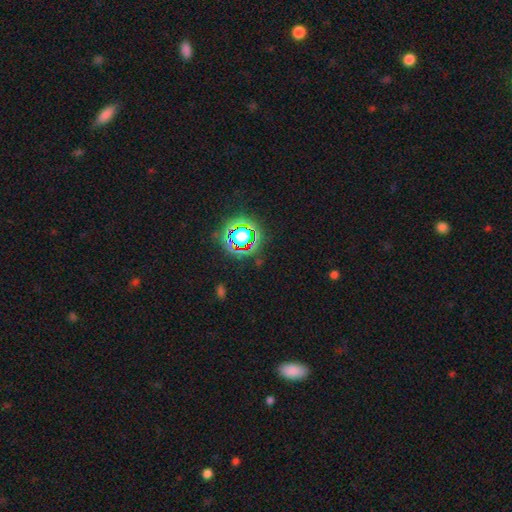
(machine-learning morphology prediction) Smooth or featured?
  - star or artifact: 76% *
  - smooth: 15%
  - featured or disk: 9%